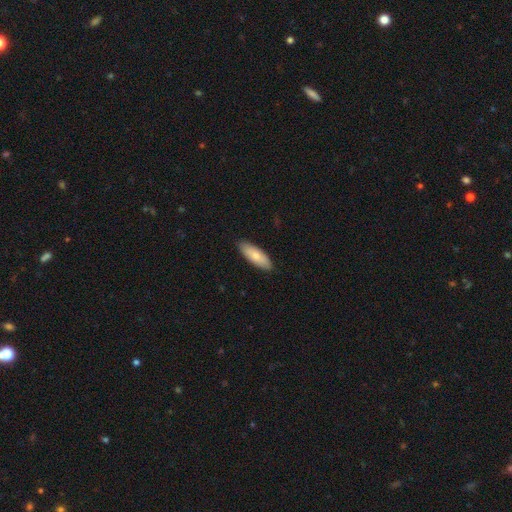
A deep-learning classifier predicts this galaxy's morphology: smooth 77%, featured or disk 17%, star or artifact 5%. Down the decision tree: how rounded — in between (65%); merging — none (88%).